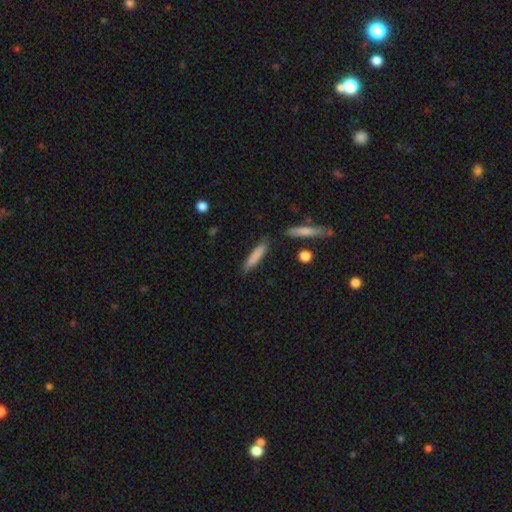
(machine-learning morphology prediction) smooth_or_featured: smooth (p=0.81) [alt: featured or disk p=0.13]
how_rounded: cigar-shaped (p=0.87) [alt: in between p=0.11]
merging: none (p=0.83) [alt: minor disturbance p=0.11]